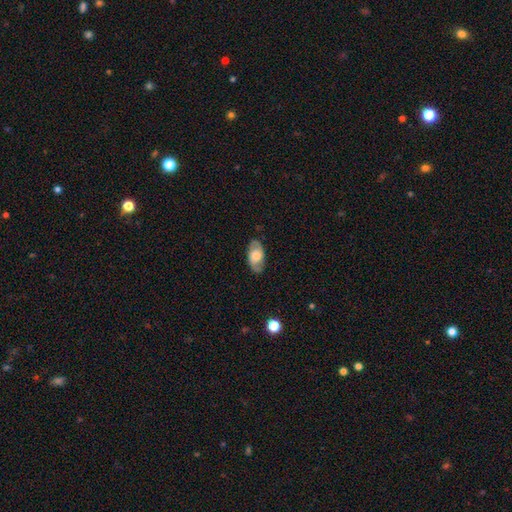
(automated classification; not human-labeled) smooth 49%, featured or disk 45%, star or artifact 7%. Down the decision tree: merging — none (82%).